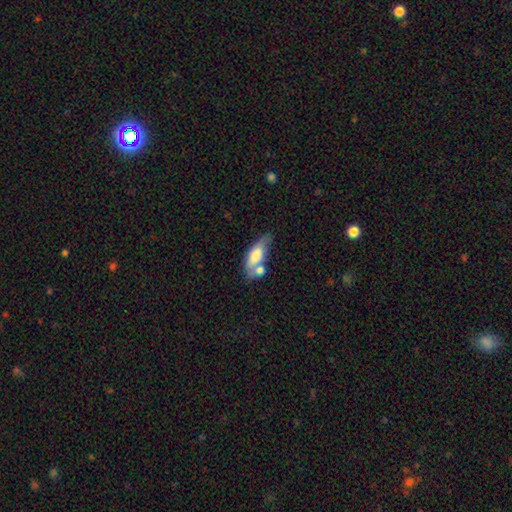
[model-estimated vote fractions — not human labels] Smooth or featured: smooth — 67% (featured or disk — 27%)
How rounded: in between — 76% (cigar-shaped — 21%)
Merging: none — 36% (merger — 34%)